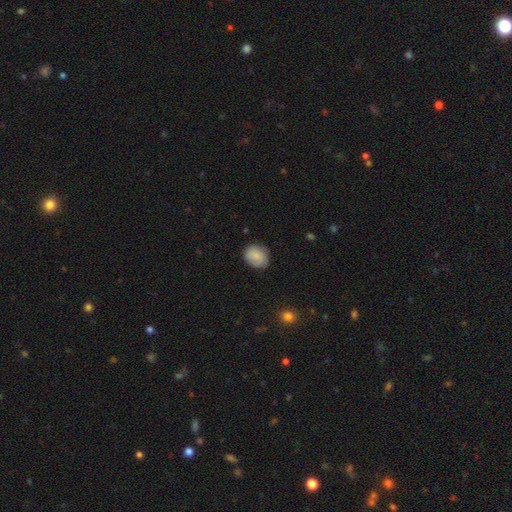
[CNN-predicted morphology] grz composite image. It shows a smooth galaxy with no disk features (81%) that is round (66%). Merging: none (78%).